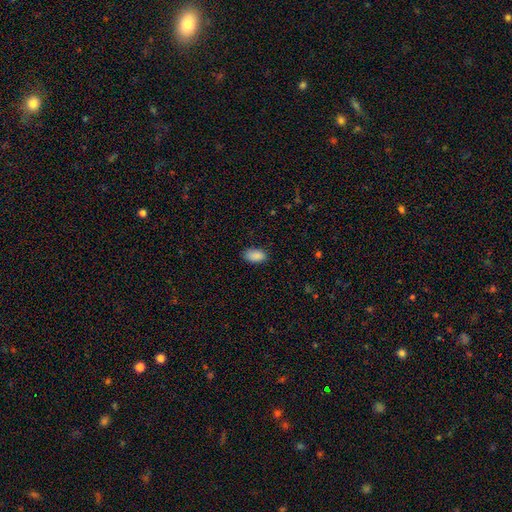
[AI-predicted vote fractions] Morphology: type=smooth (89%); roundness=in between (93%); merging=none (83%).